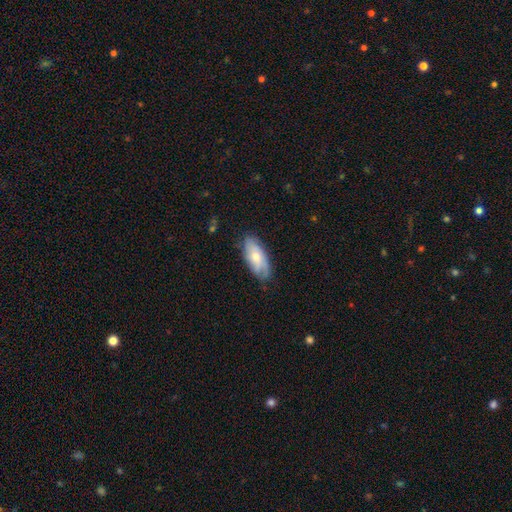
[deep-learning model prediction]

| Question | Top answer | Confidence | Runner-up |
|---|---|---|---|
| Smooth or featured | smooth | 47% | featured or disk (46%) |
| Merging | none | 75% | minor disturbance (20%) |